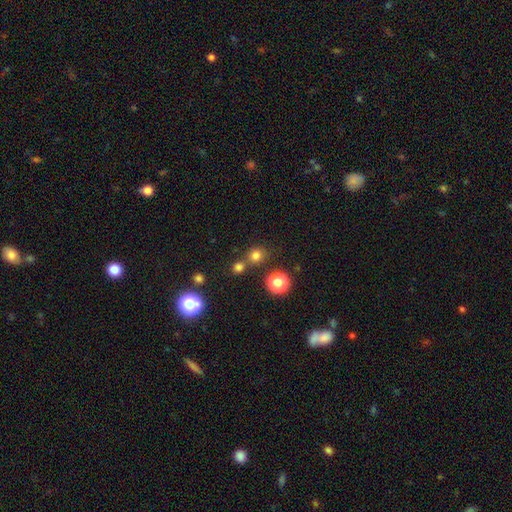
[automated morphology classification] Smooth or featured? smooth (74%)
How rounded? round (85%)
Merging? none (68%)